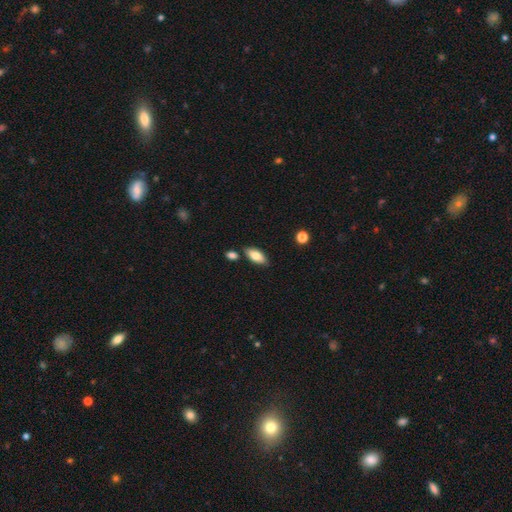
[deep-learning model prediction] Morphology: type=smooth (78%); roundness=in between (86%); merging=none (79%).